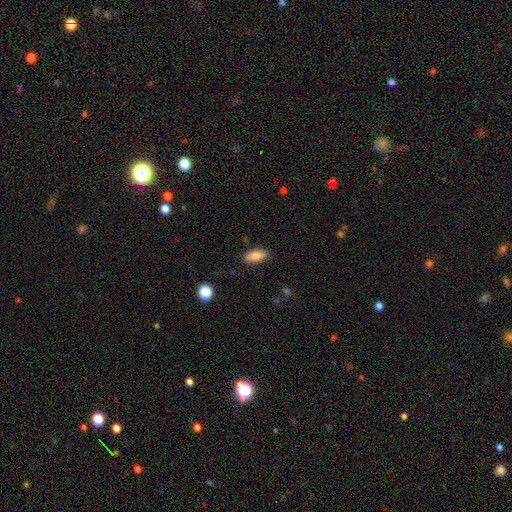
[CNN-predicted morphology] This appears to be a smooth galaxy with no disk features (84%) that is in between round and cigar-shaped (83%). Merging: none (86%).